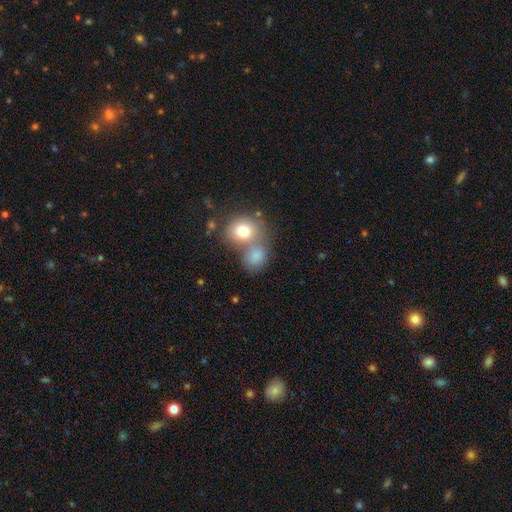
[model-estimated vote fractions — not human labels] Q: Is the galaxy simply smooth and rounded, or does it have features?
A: smooth — 79%.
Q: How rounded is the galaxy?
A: round — 56%.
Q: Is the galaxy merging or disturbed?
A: merger — 49%.